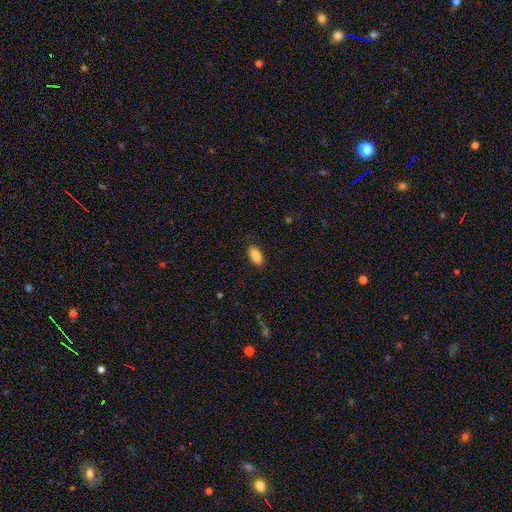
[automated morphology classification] smooth-or-featured: smooth: 88% | star or artifact: 7% | featured or disk: 4%
  how-rounded: in between: 92% | cigar-shaped: 5% | round: 3%
  merging: none: 87% | minor disturbance: 10% | major disturbance: 2% | merger: 1%